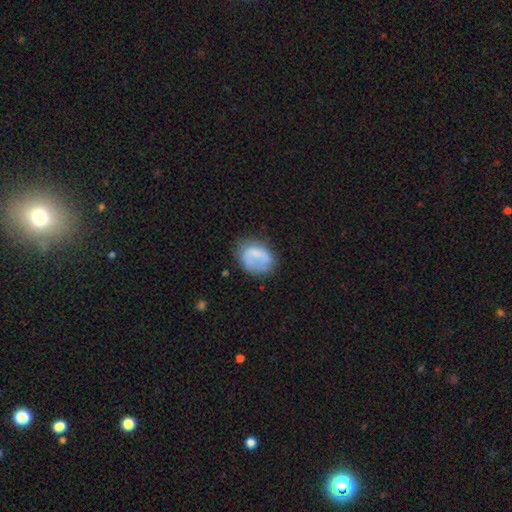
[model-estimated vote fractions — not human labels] smooth-or-featured: smooth: 64% | featured or disk: 28% | star or artifact: 8%
  how-rounded: in between: 58% | round: 41% | cigar-shaped: 1%
  merging: none: 51% | minor disturbance: 27% | major disturbance: 19% | merger: 3%